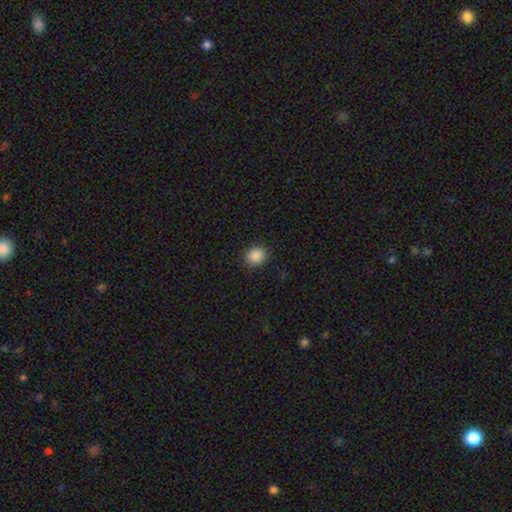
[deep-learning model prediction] Overall: smooth (88%). How rounded: round (72%). Merging: none (88%).